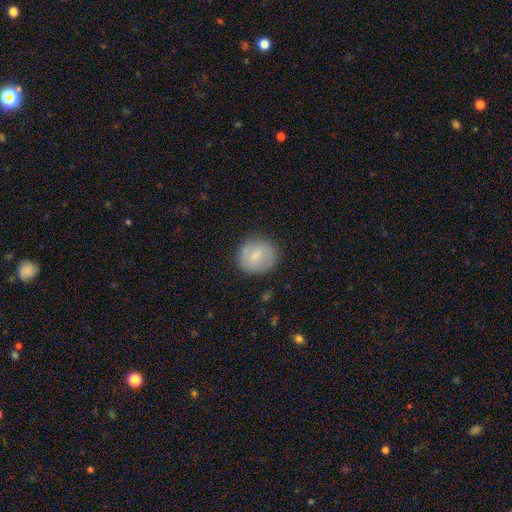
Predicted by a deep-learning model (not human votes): smooth_or_featured: smooth (p=0.70) [alt: featured or disk p=0.23]
how_rounded: round (p=0.87) [alt: in between p=0.12]
merging: none (p=0.82) [alt: minor disturbance p=0.13]